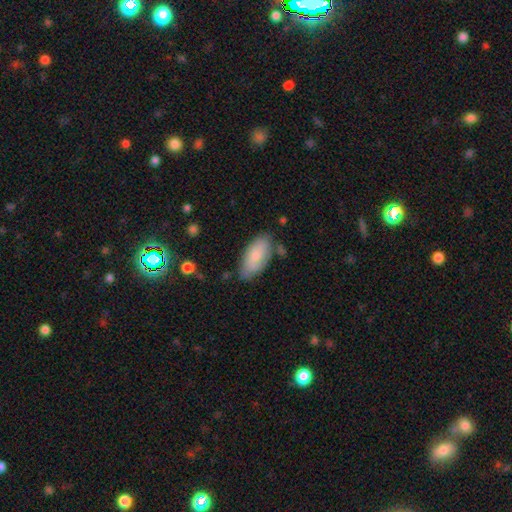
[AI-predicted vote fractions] Smooth or featured? Predicted: smooth (p=0.75). How rounded? Predicted: in between (p=0.90). Merging? Predicted: none (p=0.70).